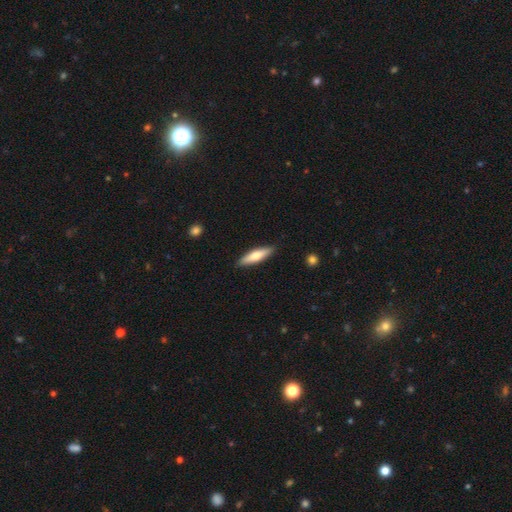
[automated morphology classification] type=smooth (60%); roundness=cigar-shaped (69%); merging=none (88%).